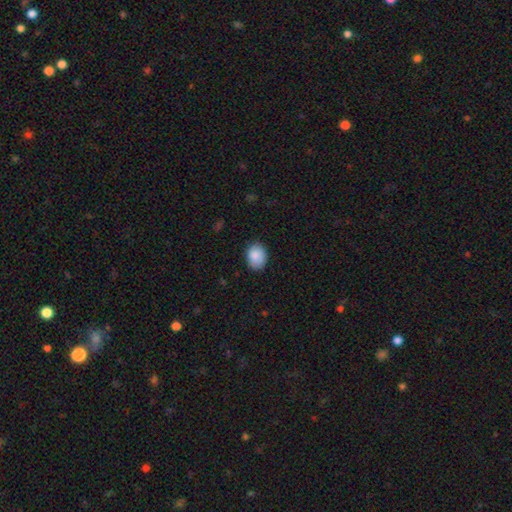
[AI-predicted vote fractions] This is clearly a smooth galaxy (87%). How rounded: likely in between (62%). Merging: likely none (79%).